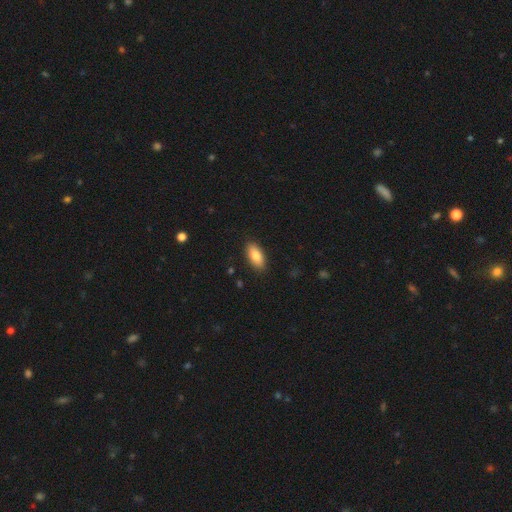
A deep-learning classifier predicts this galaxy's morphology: Smooth or featured?
  - smooth: 83% *
  - featured or disk: 11%
  - star or artifact: 7%
How rounded?
  - in between: 87% *
  - cigar-shaped: 10%
  - round: 3%
Merging?
  - none: 89% *
  - minor disturbance: 8%
  - major disturbance: 2%
  - merger: 1%